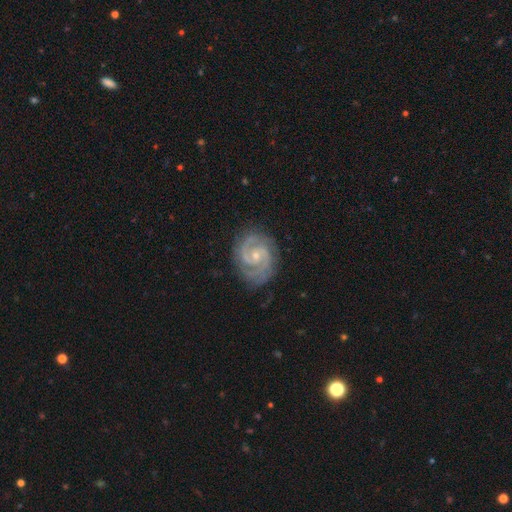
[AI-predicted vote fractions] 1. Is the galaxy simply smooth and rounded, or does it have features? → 92% featured or disk, 4% star or artifact, 3% smooth.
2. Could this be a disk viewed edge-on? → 98% no, 2% yes.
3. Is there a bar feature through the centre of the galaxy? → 59% no, 33% weak, 8% strong.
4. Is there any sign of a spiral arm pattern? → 99% yes, 1% no.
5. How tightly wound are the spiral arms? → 58% tight, 37% medium, 4% loose.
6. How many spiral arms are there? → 82% 2, 9% 3, 3% can't tell, 2% 4, 2% 1, 2% more than 4.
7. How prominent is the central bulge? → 68% small, 29% moderate, 2% none, 1% large, 1% dominant.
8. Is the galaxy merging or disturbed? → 80% none, 15% minor disturbance, 4% major disturbance, 1% merger.